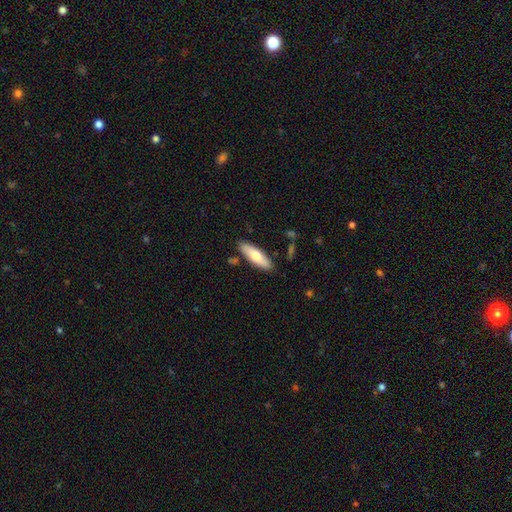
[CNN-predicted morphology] smooth 69%, featured or disk 26%, star or artifact 5%. Down the decision tree: how rounded — cigar-shaped (52%); merging — none (84%).